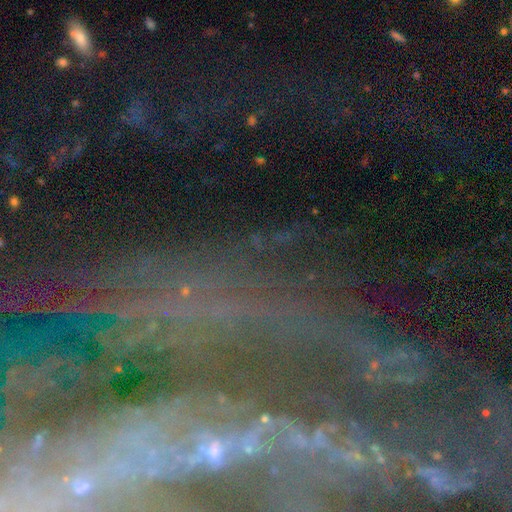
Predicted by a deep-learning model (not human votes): This appears to be a featured or disk galaxy (57%). Merging: none (73%).